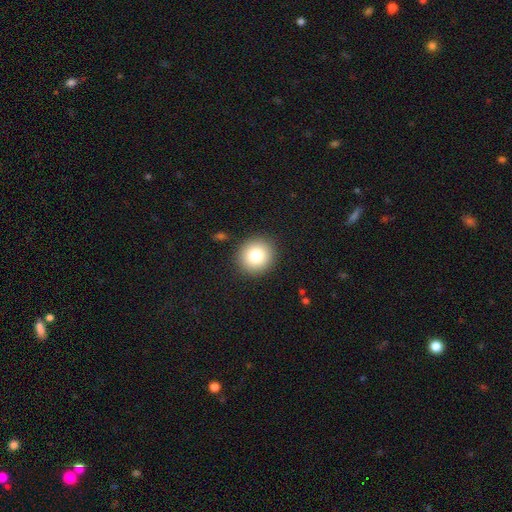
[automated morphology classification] Smooth or featured? smooth (82%)
How rounded? round (85%)
Merging? none (90%)